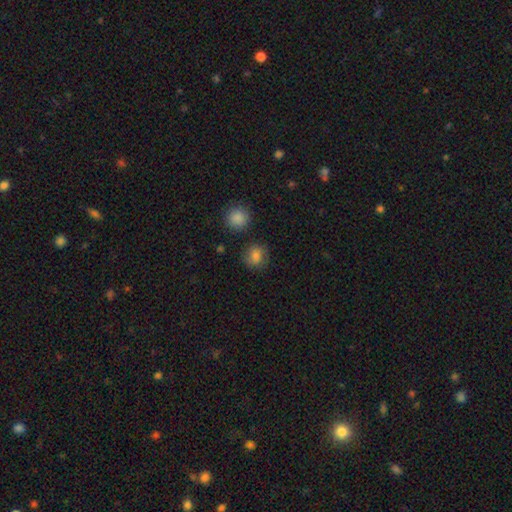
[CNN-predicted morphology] smooth 76%, featured or disk 13%, star or artifact 11%. Down the decision tree: how rounded — round (80%); merging — none (75%).